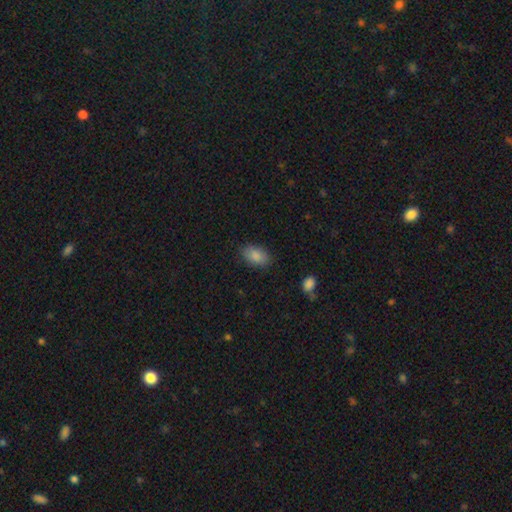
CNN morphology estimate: type=smooth (88%); roundness=in between (91%); merging=none (84%).